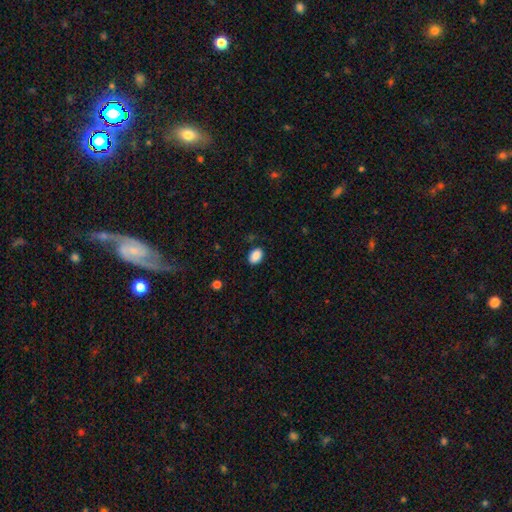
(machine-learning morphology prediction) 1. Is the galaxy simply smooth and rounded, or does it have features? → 89% smooth, 8% star or artifact, 3% featured or disk.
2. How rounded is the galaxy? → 81% in between, 18% round, 1% cigar-shaped.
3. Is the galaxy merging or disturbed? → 85% none, 11% minor disturbance, 3% major disturbance, 1% merger.